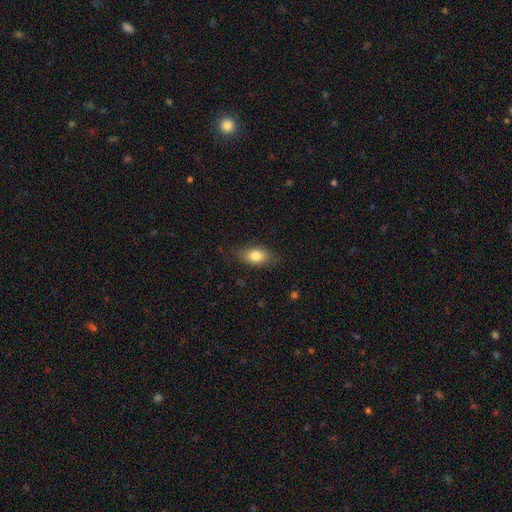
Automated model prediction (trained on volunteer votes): Morphology: type=smooth (82%); roundness=in between (86%); merging=none (81%).